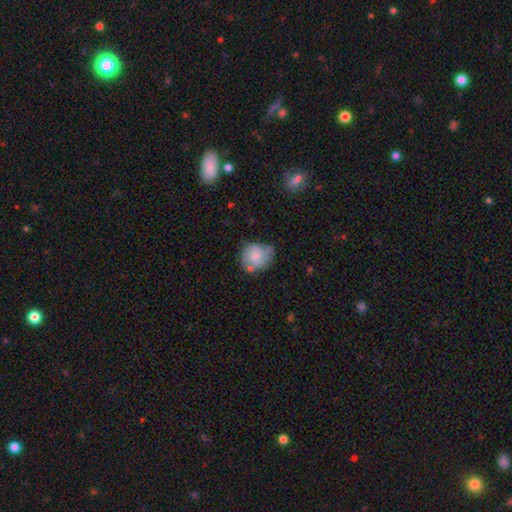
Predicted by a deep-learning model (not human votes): A smooth galaxy with no disk features (55%) that is round (76%).

Vote fractions:
- Smooth or featured? smooth: 55% / featured or disk: 37% / star or artifact: 7%
- How rounded? round: 76% / in between: 23% / cigar-shaped: 1%
- Merging? none: 51% / minor disturbance: 31% / major disturbance: 9% / merger: 9%